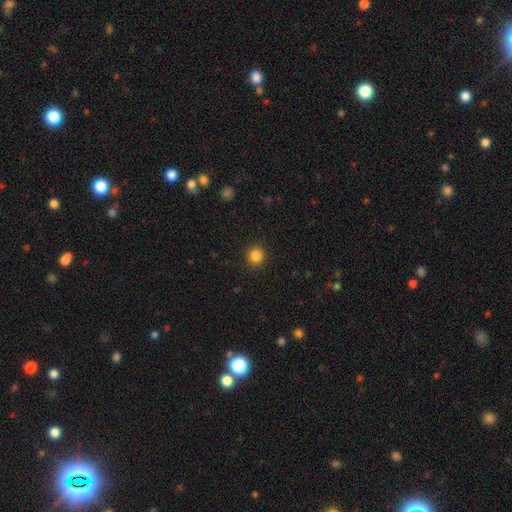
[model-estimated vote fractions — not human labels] Q: Smooth or featured?
A: smooth (85%); runner-up: star or artifact (11%)
Q: How rounded?
A: round (91%); runner-up: in between (8%)
Q: Merging?
A: none (92%); runner-up: minor disturbance (5%)